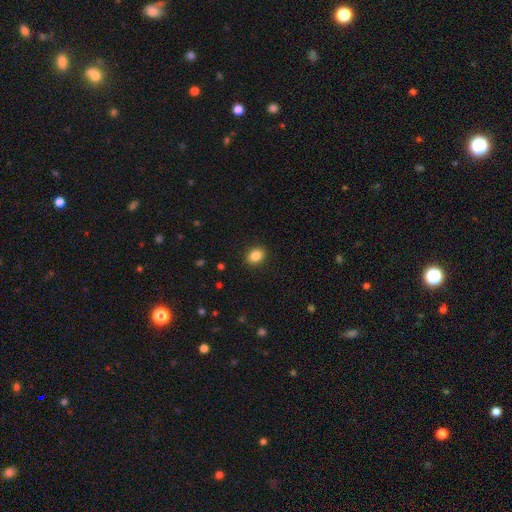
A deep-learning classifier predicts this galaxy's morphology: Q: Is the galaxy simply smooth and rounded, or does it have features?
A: smooth — 85%.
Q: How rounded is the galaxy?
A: in between — 59%.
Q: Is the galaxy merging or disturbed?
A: none — 90%.